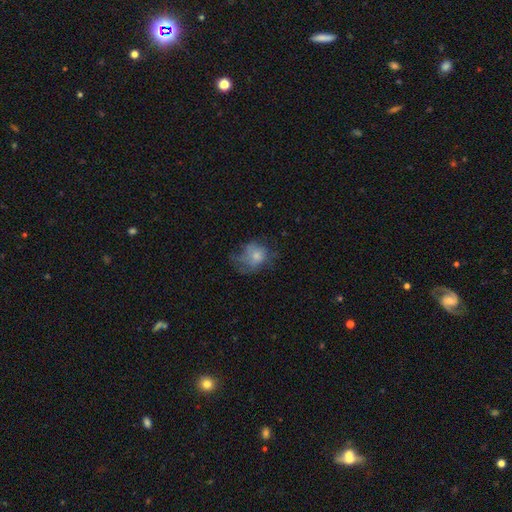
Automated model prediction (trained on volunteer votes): A smooth galaxy with no disk features (54%) that is round (57%).

Vote fractions:
- Smooth or featured? smooth: 54% / featured or disk: 35% / star or artifact: 11%
- How rounded? round: 57% / in between: 42% / cigar-shaped: 1%
- Merging? major disturbance: 38% / none: 35% / minor disturbance: 26% / merger: 2%